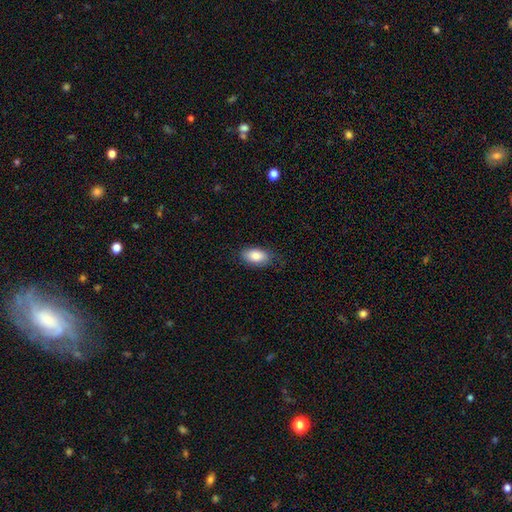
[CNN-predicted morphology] Smooth or featured?
  - smooth: 84% *
  - featured or disk: 9%
  - star or artifact: 7%
How rounded?
  - in between: 93% *
  - round: 5%
  - cigar-shaped: 3%
Merging?
  - none: 78% *
  - minor disturbance: 17%
  - major disturbance: 4%
  - merger: 1%